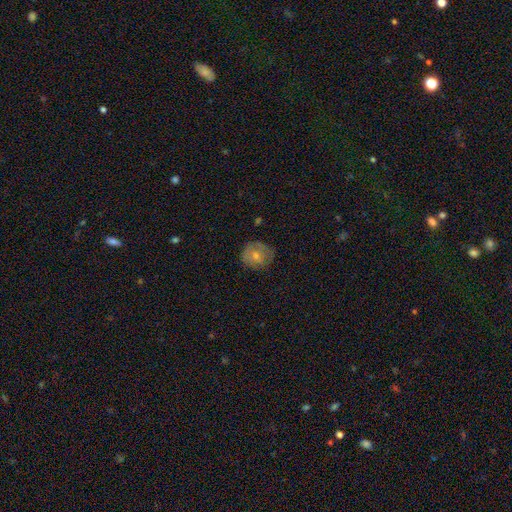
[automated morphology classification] A smooth galaxy with no disk features (65%) that is round (78%).

Vote fractions:
- Smooth or featured? smooth: 65% / featured or disk: 26% / star or artifact: 8%
- How rounded? round: 78% / in between: 21% / cigar-shaped: 1%
- Merging? none: 68% / minor disturbance: 23% / major disturbance: 8% / merger: 1%